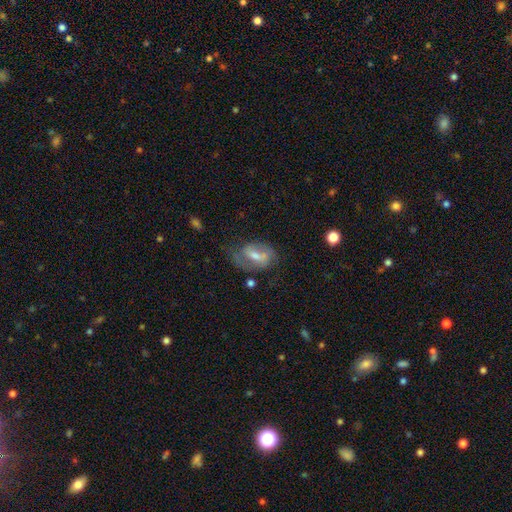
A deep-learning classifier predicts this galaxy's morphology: A featured or disk galaxy (57%) with a weak bar (42%), spiral arms (63%) and a moderate central bulge (55%).

Vote fractions:
- Smooth or featured? featured or disk: 57% / smooth: 35% / star or artifact: 8%
- Edge-on disk? no: 93% / yes: 7%
- Bar? weak: 42% / strong: 34% / no: 24%
- Spiral arms? yes: 63% / no: 37%
- Bulge size? moderate: 55% / small: 33% / large: 6% / none: 4% / dominant: 1%
- Merging? none: 50% / minor disturbance: 26% / major disturbance: 21% / merger: 3%